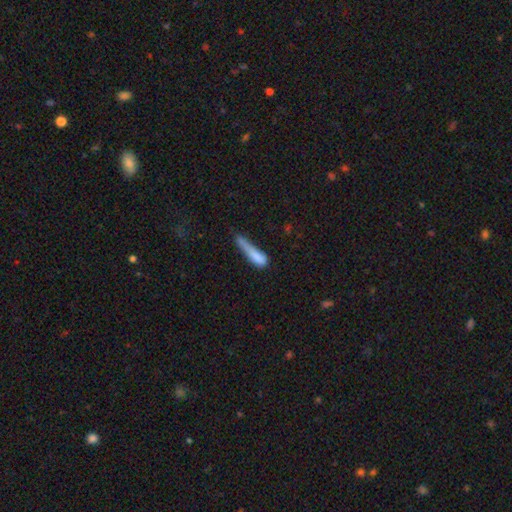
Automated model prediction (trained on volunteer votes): This is likely a smooth galaxy (75%). How rounded: likely cigar-shaped (78%). Merging: marginally minor disturbance (34%).